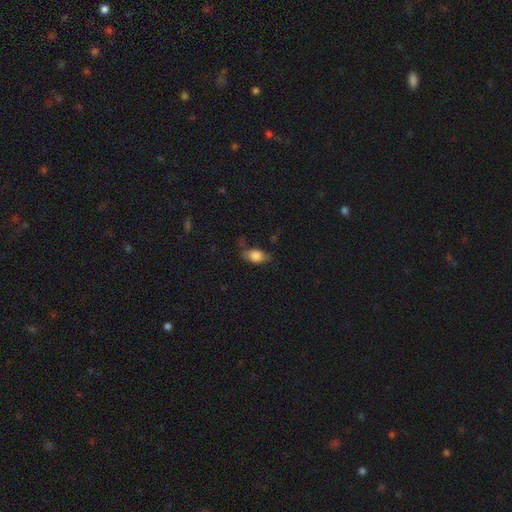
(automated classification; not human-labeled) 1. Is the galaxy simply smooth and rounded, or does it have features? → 74% smooth, 17% featured or disk, 9% star or artifact.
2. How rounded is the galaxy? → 83% in between, 11% round, 6% cigar-shaped.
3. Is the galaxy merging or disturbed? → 59% none, 28% minor disturbance, 10% major disturbance, 3% merger.